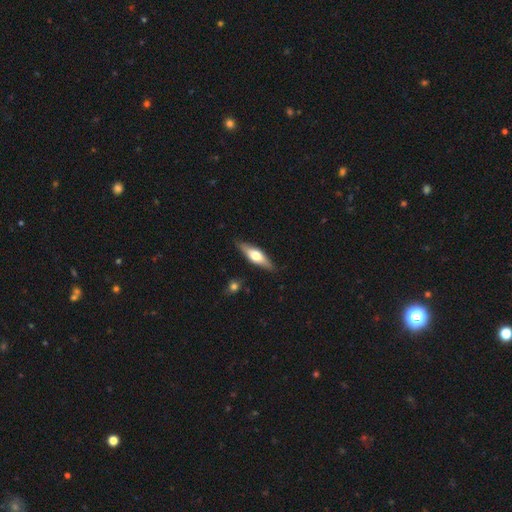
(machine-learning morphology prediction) featured or disk 52%, smooth 42%, star or artifact 6%. Down the decision tree: edge-on disk — yes (90%); merging — none (85%).